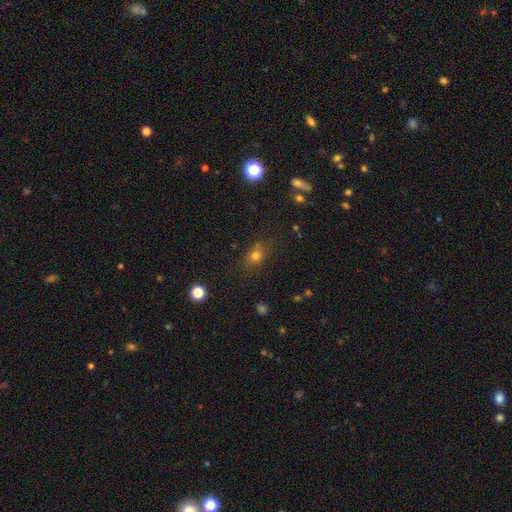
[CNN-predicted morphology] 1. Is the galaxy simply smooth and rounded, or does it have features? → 71% smooth, 18% star or artifact, 10% featured or disk.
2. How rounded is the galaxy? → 49% round (tied), 49% in between (tied), 3% cigar-shaped.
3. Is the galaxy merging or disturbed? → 76% none, 15% minor disturbance, 5% major disturbance, 4% merger.